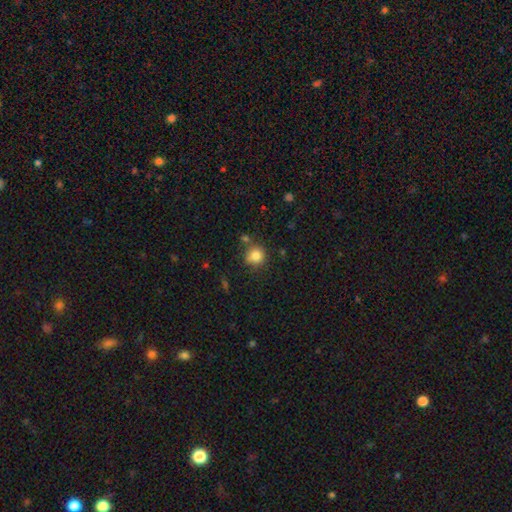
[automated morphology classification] smooth 83%, star or artifact 11%, featured or disk 6%. Down the decision tree: how rounded — round (86%); merging — none (69%).